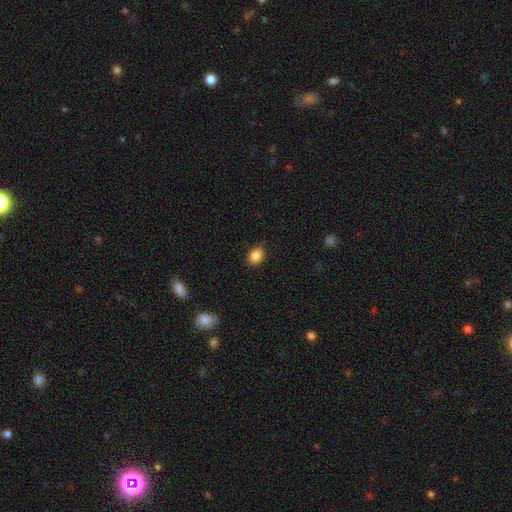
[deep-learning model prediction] smooth 87%, star or artifact 9%, featured or disk 4%. Down the decision tree: how rounded — in between (59%); merging — none (82%).